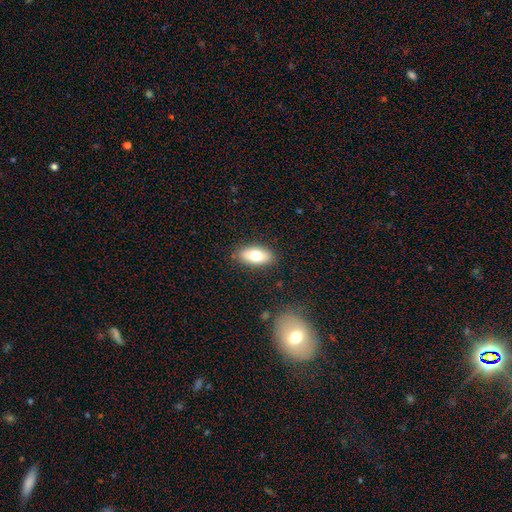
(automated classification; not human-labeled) A smooth galaxy with no disk features (75%) that is in between round and cigar-shaped (89%). Merging: none (86%).